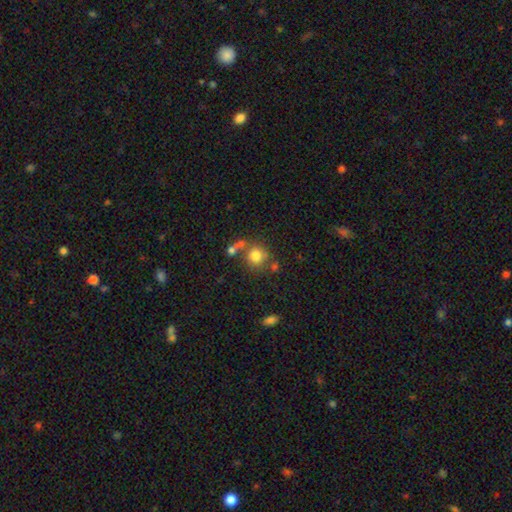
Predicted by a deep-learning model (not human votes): smooth 77%, featured or disk 12%, star or artifact 11%. Down the decision tree: how rounded — round (85%); merging — none (56%).